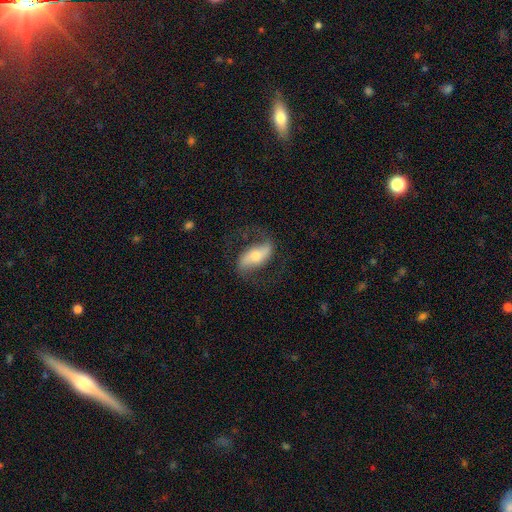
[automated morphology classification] Smooth or featured? Predicted: featured or disk (p=0.68). Edge-on disk? Predicted: no (p=0.88). Bar? Predicted: strong (p=0.49). Spiral arms? Predicted: yes (p=0.87). Spiral winding? Predicted: loose (p=0.58). Spiral arm count? Predicted: 2 (p=0.90). Bulge size? Predicted: moderate (p=0.55). Merging? Predicted: none (p=0.72).